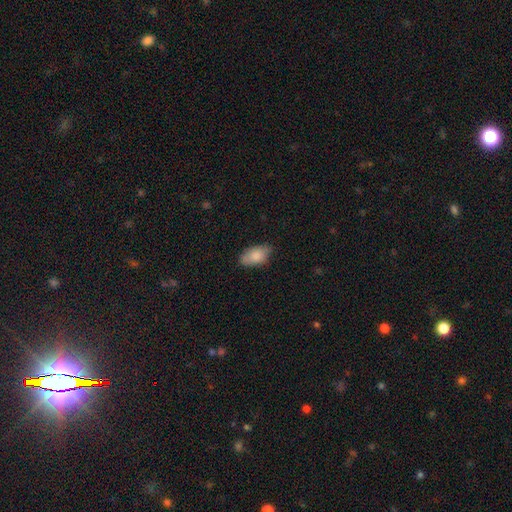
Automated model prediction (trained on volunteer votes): A smooth galaxy with no disk features (84%) that is in between round and cigar-shaped (93%).

Vote fractions:
- Smooth or featured? smooth: 84% / featured or disk: 9% / star or artifact: 7%
- How rounded? in between: 93% / round: 4% / cigar-shaped: 3%
- Merging? none: 73% / minor disturbance: 22% / major disturbance: 4% / merger: 1%